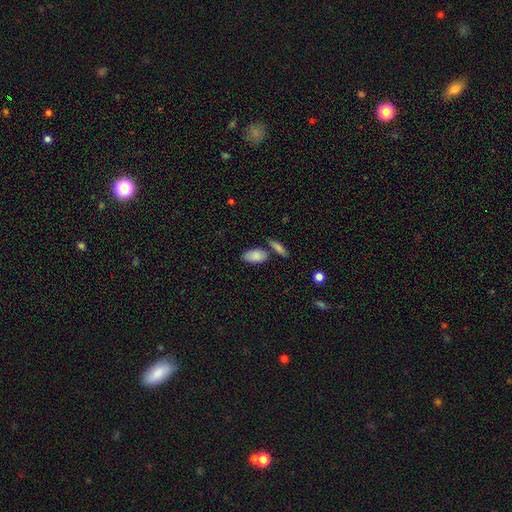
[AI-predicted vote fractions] Overall: smooth (85%). How rounded: in between (92%). Merging: none (65%).